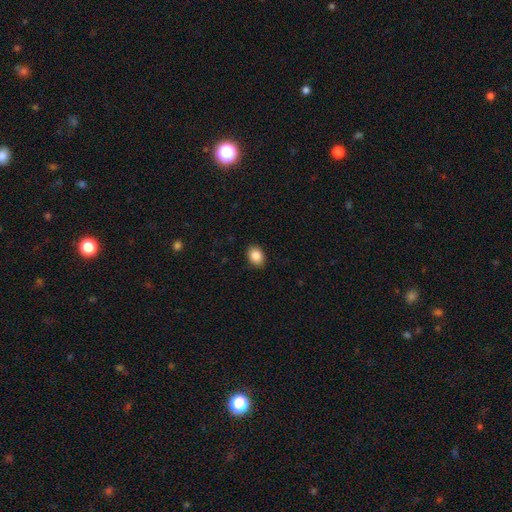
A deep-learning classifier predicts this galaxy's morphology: This appears to be a smooth galaxy with no disk features (87%) that is in between round and cigar-shaped (67%). Merging: none (89%).